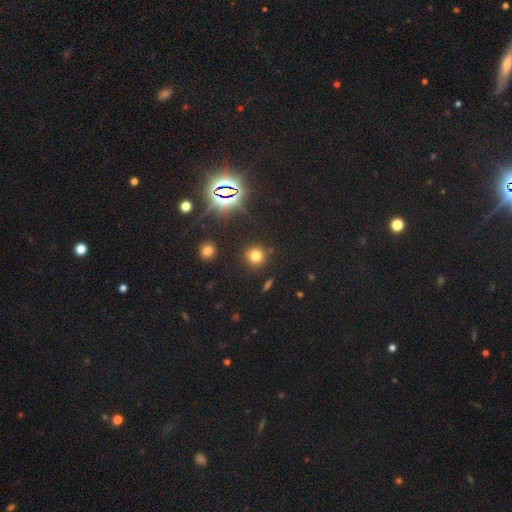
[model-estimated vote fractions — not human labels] smooth 70%, star or artifact 22%, featured or disk 7%. Down the decision tree: how rounded — round (90%); merging — none (85%).